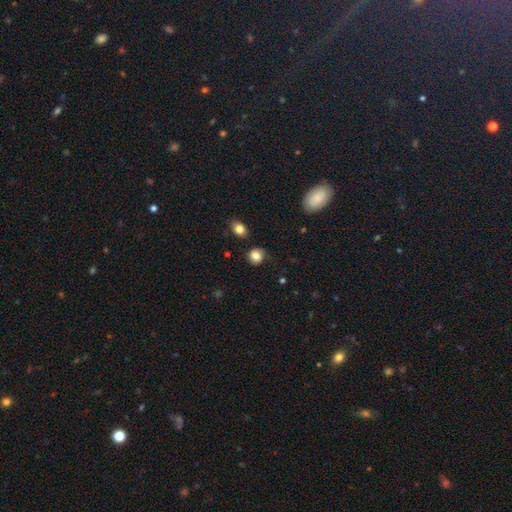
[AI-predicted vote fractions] smooth 82%, star or artifact 10%, featured or disk 8%. Down the decision tree: how rounded — round (79%); merging — none (74%).